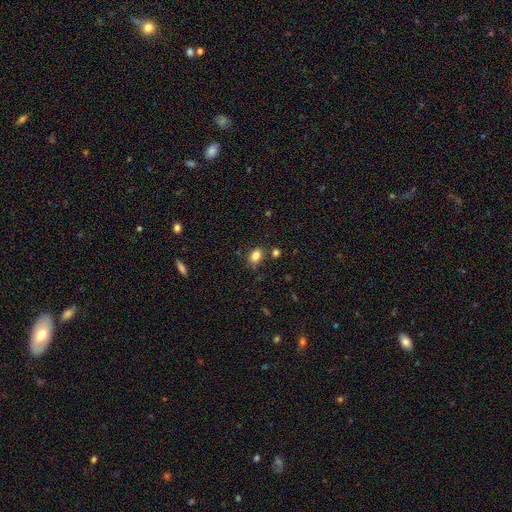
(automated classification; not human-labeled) Smooth or featured?
  - smooth: 83% *
  - star or artifact: 10%
  - featured or disk: 7%
How rounded?
  - in between: 76% *
  - round: 23%
  - cigar-shaped: 1%
Merging?
  - none: 80% *
  - minor disturbance: 12%
  - merger: 6%
  - major disturbance: 3%